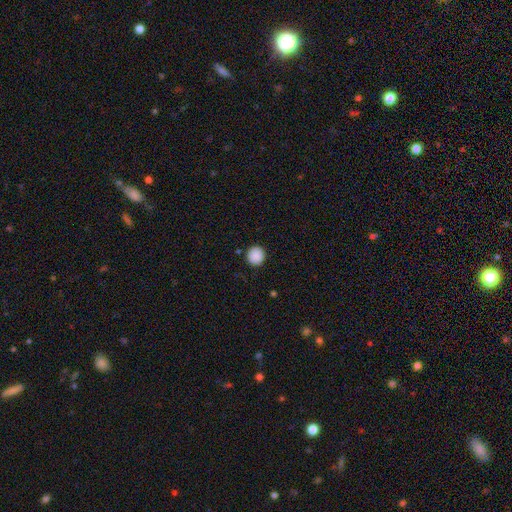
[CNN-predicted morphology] Q: Smooth or featured?
A: smooth (89%); runner-up: star or artifact (8%)
Q: How rounded?
A: round (93%); runner-up: in between (6%)
Q: Merging?
A: none (90%); runner-up: minor disturbance (6%)